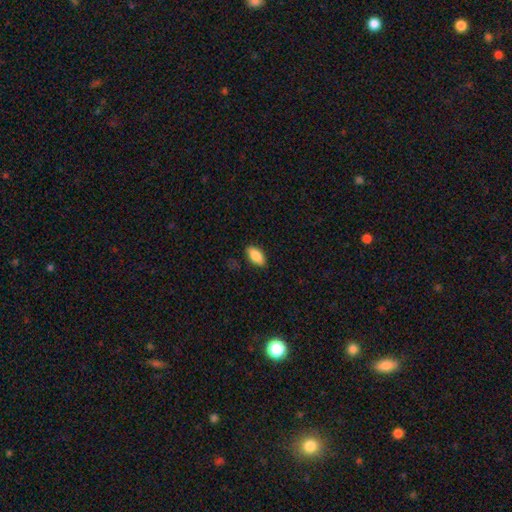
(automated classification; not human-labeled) Smooth or featured: smooth — 85% (featured or disk — 7%)
How rounded: in between — 90% (cigar-shaped — 8%)
Merging: none — 86% (minor disturbance — 11%)